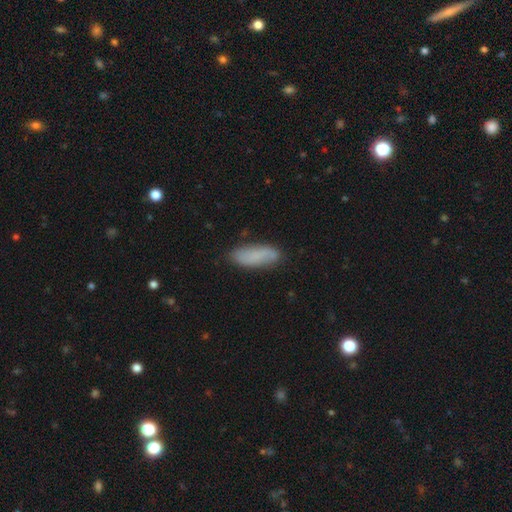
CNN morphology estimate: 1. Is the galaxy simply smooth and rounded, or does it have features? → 79% smooth, 13% featured or disk, 8% star or artifact.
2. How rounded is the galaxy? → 64% in between, 34% cigar-shaped, 2% round.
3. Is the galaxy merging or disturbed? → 80% none, 15% minor disturbance, 3% major disturbance, 2% merger.